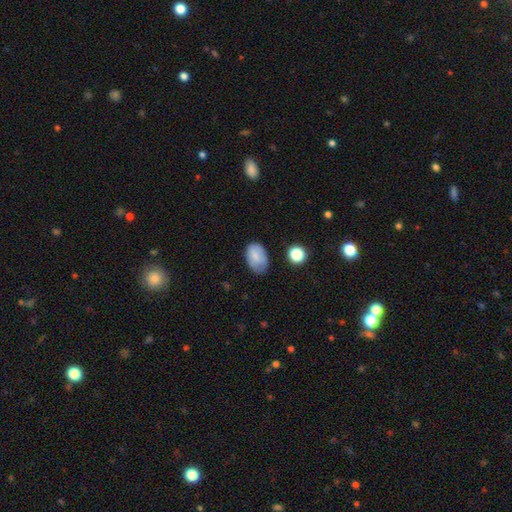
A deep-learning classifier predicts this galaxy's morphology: Smooth or featured? smooth (79%)
How rounded? in between (88%)
Merging? none (65%)